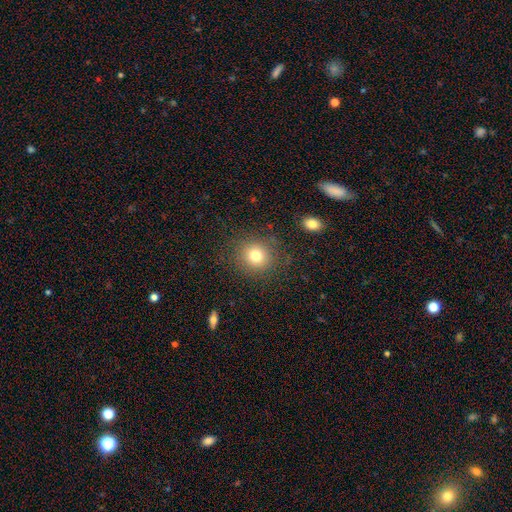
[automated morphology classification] Smooth or featured?
  - smooth: 77% *
  - star or artifact: 13%
  - featured or disk: 10%
How rounded?
  - round: 87% *
  - in between: 12%
  - cigar-shaped: 1%
Merging?
  - none: 85% *
  - minor disturbance: 9%
  - major disturbance: 5%
  - merger: 2%